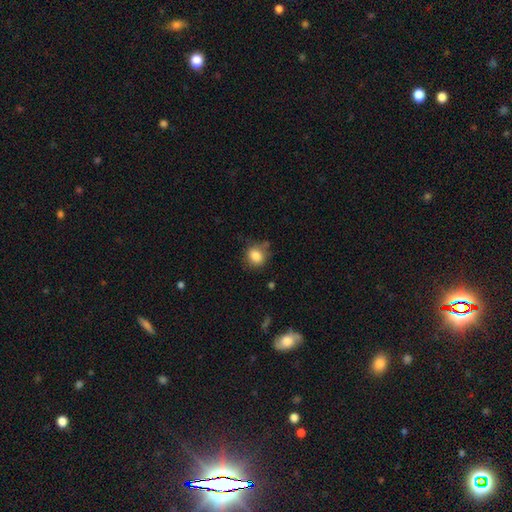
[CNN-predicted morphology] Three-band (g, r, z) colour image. It shows a smooth galaxy with no disk features (84%) that is round (68%). Merging: none (70%).